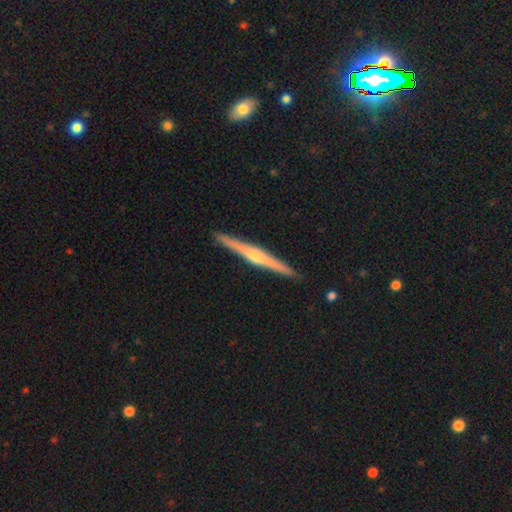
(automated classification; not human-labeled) Smooth or featured? Predicted: featured or disk (p=0.76). Edge-on disk? Predicted: yes (p=0.98). Edge-on bulge? Predicted: rounded (p=0.81). Merging? Predicted: none (p=0.92).